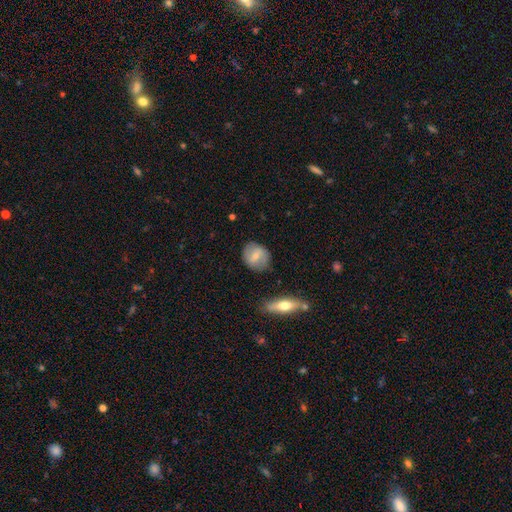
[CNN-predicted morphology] Smooth or featured? Predicted: smooth (p=0.58). How rounded? Predicted: round (p=0.61). Merging? Predicted: none (p=0.82).